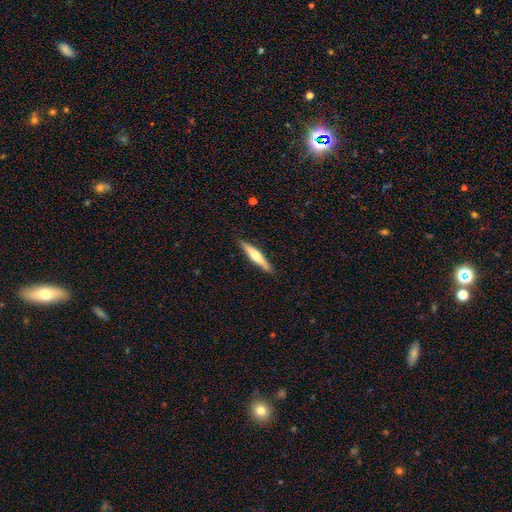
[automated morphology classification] featured or disk 51%, smooth 44%, star or artifact 5%. Down the decision tree: edge-on disk — yes (95%); merging — none (89%).